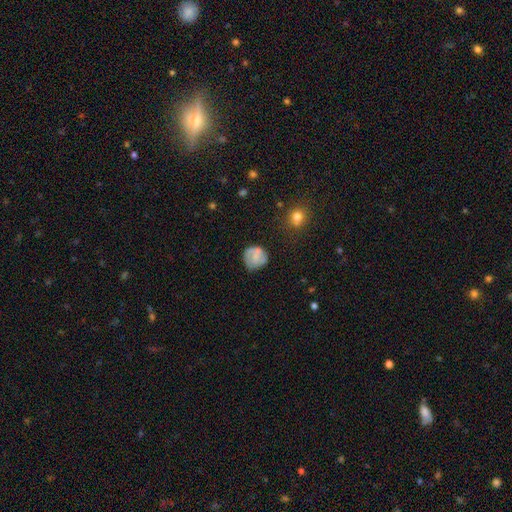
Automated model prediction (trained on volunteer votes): Smooth or featured: smooth — 63% (featured or disk — 28%)
How rounded: round — 86% (in between — 13%)
Merging: none — 67% (minor disturbance — 21%)